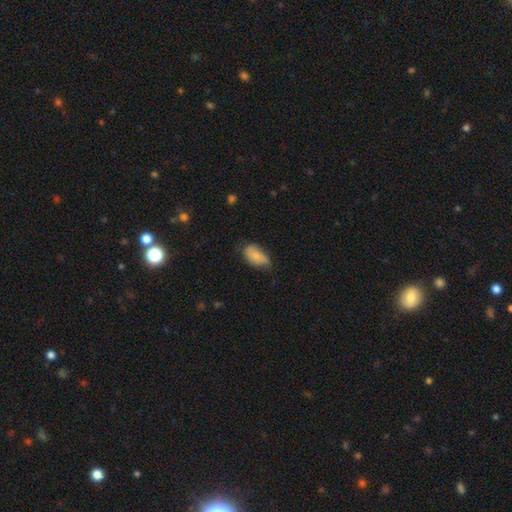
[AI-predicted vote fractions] Q: Smooth or featured?
A: smooth (78%); runner-up: featured or disk (15%)
Q: How rounded?
A: in between (93%); runner-up: round (5%)
Q: Merging?
A: none (51%); runner-up: minor disturbance (39%)